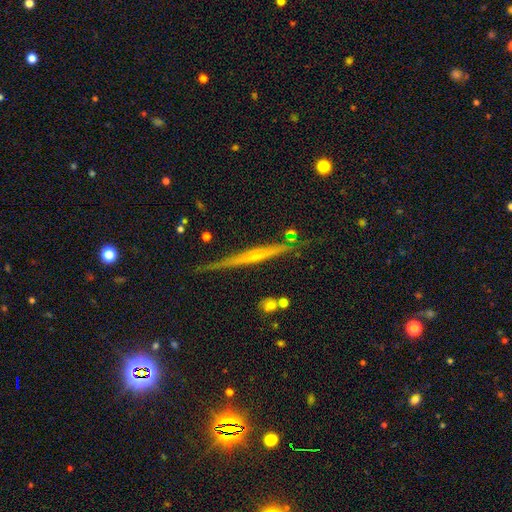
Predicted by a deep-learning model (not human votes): Morphology: type=featured or disk (73%); edge-on=yes (97%); edge-on bulge=rounded (56%); merging=none (81%).